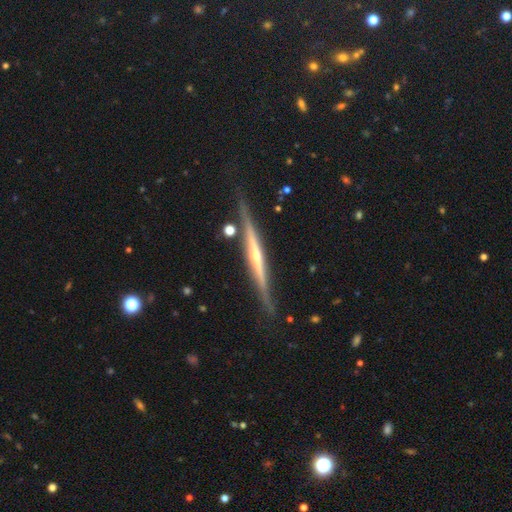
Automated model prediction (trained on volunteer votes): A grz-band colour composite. It shows a featured or disk galaxy (80%) viewed edge-on (97%) with a rounded central bulge (62%). Merging: none (84%).